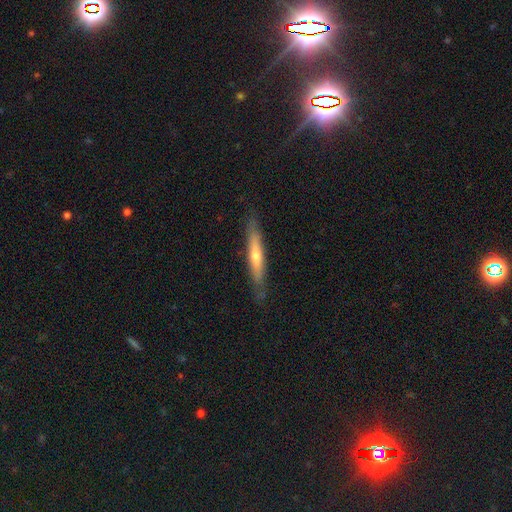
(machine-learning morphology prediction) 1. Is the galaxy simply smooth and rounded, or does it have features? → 57% featured or disk, 36% smooth, 8% star or artifact.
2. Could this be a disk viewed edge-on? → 90% yes, 10% no.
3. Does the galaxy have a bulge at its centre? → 68% rounded, 28% none, 4% boxy.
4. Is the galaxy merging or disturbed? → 85% none, 12% minor disturbance, 2% major disturbance, 1% merger.